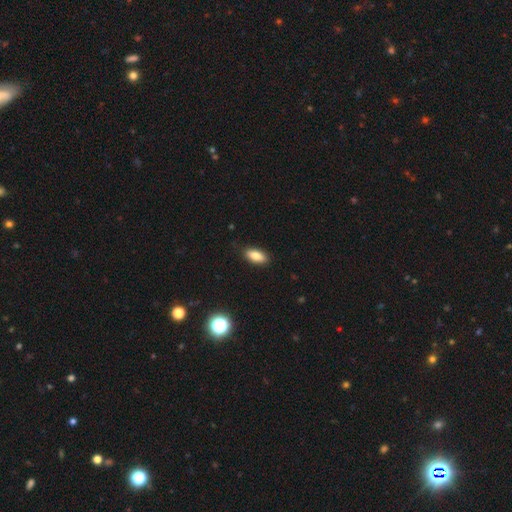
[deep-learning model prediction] Smooth or featured? Predicted: smooth (p=0.82). How rounded? Predicted: in between (p=0.86). Merging? Predicted: none (p=0.88).